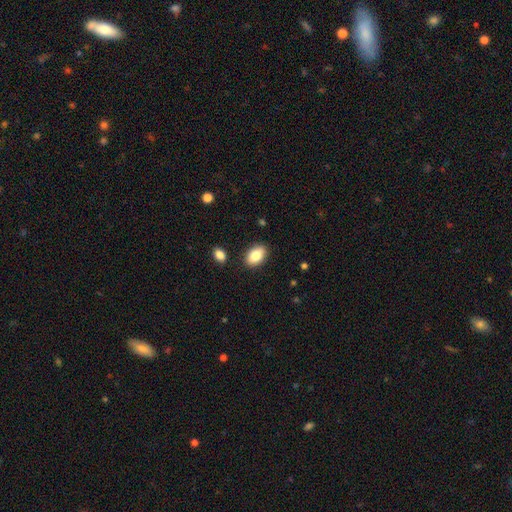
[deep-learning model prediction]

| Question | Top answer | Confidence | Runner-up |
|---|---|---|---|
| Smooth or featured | smooth | 84% | featured or disk (9%) |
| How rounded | in between | 90% | round (9%) |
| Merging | none | 87% | minor disturbance (9%) |